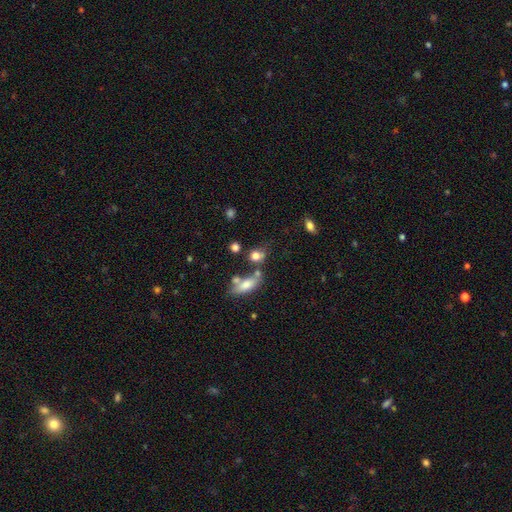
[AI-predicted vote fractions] smooth 76%, featured or disk 12%, star or artifact 12%. Down the decision tree: how rounded — round (53%); merging — none (48%).